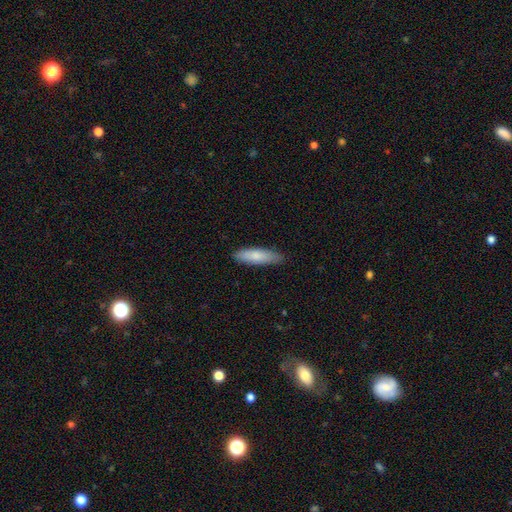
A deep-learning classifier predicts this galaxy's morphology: This appears to be a smooth galaxy with no disk features (79%) that is cigar-shaped (59%). Merging: none (85%).